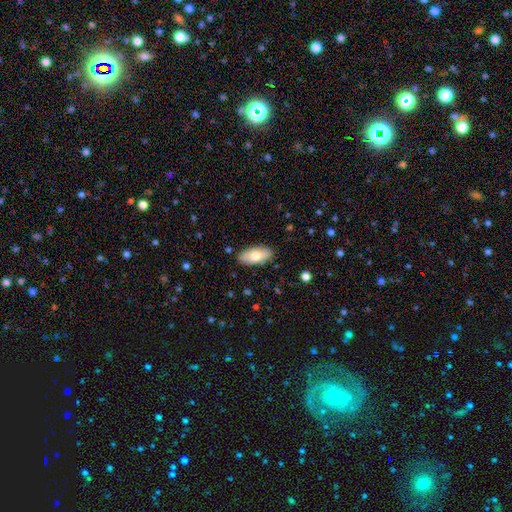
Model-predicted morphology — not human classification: A smooth galaxy with no disk features (73%) that is in between round and cigar-shaped (90%).

Vote fractions:
- Smooth or featured? smooth: 73% / featured or disk: 21% / star or artifact: 6%
- How rounded? in between: 90% / cigar-shaped: 8% / round: 2%
- Merging? none: 87% / minor disturbance: 10% / major disturbance: 2% / merger: 1%